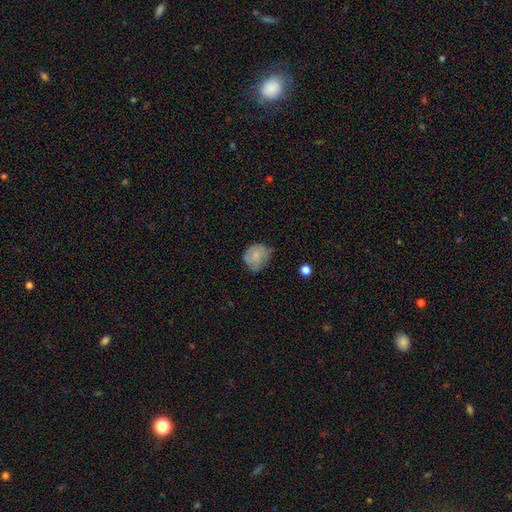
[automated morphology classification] smooth_or_featured: smooth (p=0.75) [alt: featured or disk p=0.17]
how_rounded: round (p=0.68) [alt: in between p=0.31]
merging: none (p=0.53) [alt: minor disturbance p=0.36]